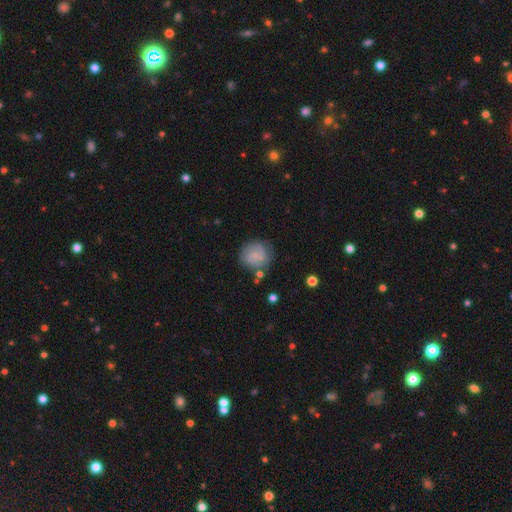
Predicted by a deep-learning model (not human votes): Q: Smooth or featured?
A: featured or disk (57%); runner-up: smooth (35%)
Q: Edge-on disk?
A: no (98%); runner-up: yes (2%)
Q: Bar?
A: no (58%); runner-up: weak (36%)
Q: Spiral arms?
A: yes (89%); runner-up: no (11%)
Q: Bulge size?
A: small (49%); runner-up: none (37%)
Q: Merging?
A: none (71%); runner-up: minor disturbance (17%)